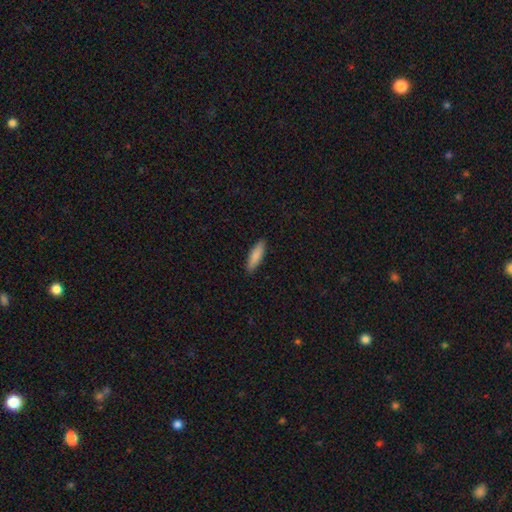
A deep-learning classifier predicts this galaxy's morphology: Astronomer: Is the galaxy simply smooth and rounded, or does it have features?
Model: smooth — 87%.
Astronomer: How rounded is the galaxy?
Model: cigar-shaped — 58% (runner-up: in between, 40%).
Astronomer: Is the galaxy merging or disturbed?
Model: none — 90%.